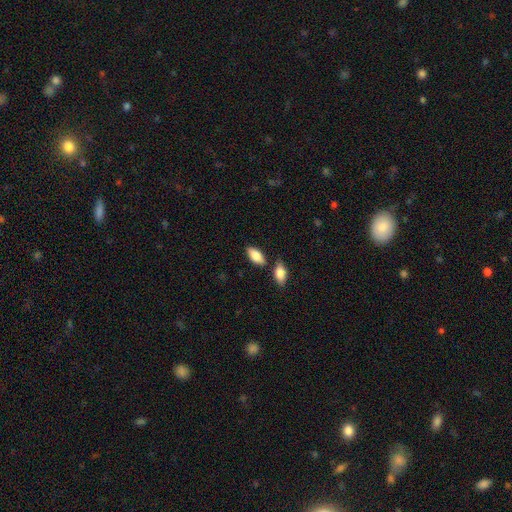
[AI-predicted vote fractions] This is clearly a smooth galaxy (83%). How rounded: clearly in between (91%). Merging: likely none (74%).